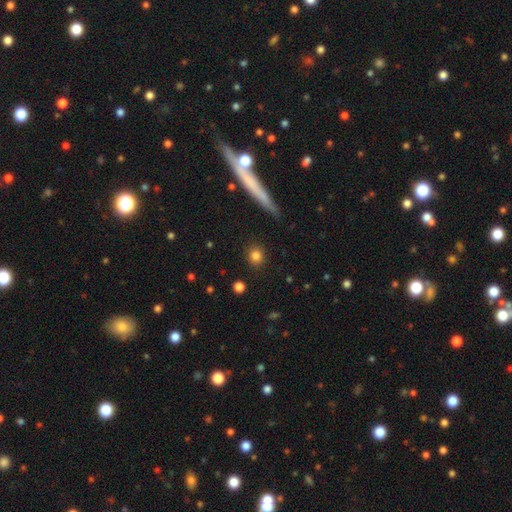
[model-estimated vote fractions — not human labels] The model was most divided on "how rounded": round: 82%, in between: 15%, cigar-shaped: 3%. More confident: merging — none (89%); smooth or featured — smooth (84%).